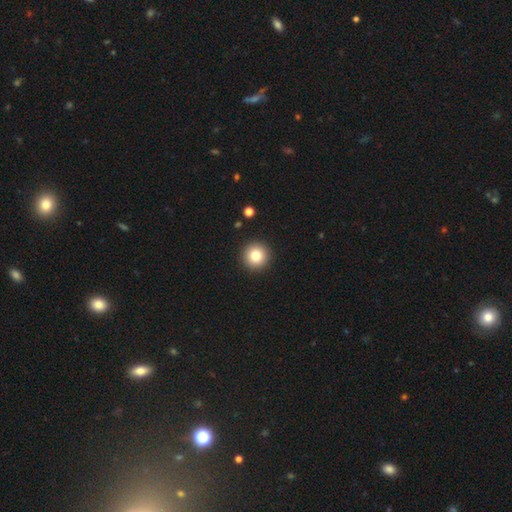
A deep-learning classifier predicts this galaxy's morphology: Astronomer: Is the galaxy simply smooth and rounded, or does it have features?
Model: smooth — 81%.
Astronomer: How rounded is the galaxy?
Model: round — 96%.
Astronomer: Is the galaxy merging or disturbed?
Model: none — 93%.